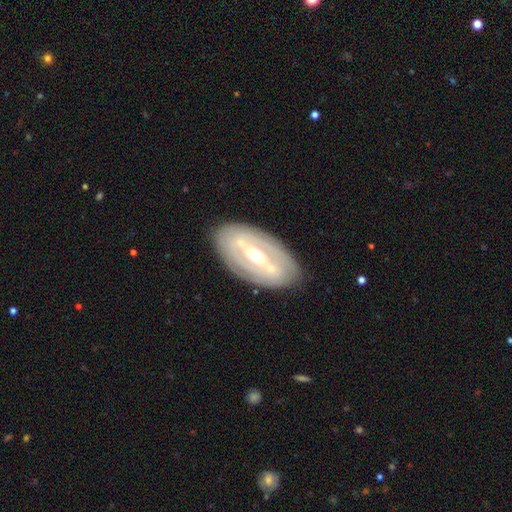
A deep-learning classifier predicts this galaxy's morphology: The model was most divided on "spiral arms": yes: 59%, no: 41%. More confident: edge-on disk — no (89%); merging — none (83%); smooth or featured — featured or disk (78%); bulge size — moderate (65%); bar — strong (55%).